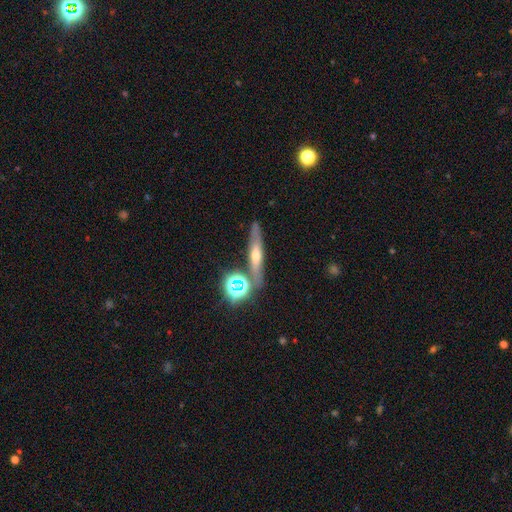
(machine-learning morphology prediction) Smooth or featured: featured or disk — 45% (smooth — 35%)
Merging: none — 76% (minor disturbance — 11%)